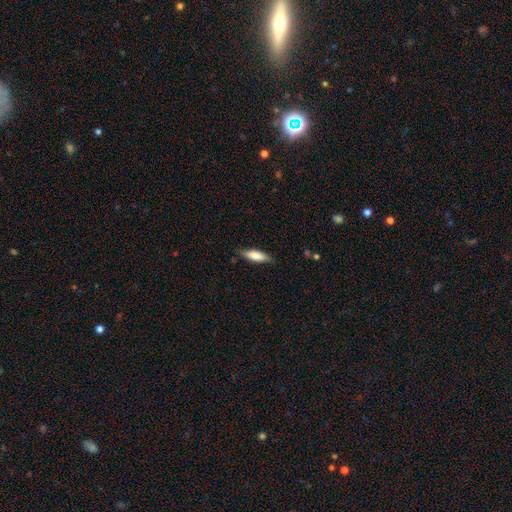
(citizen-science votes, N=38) Morphology: type=smooth (84%); roundness=cigar-shaped (66%); merging=none (75%).